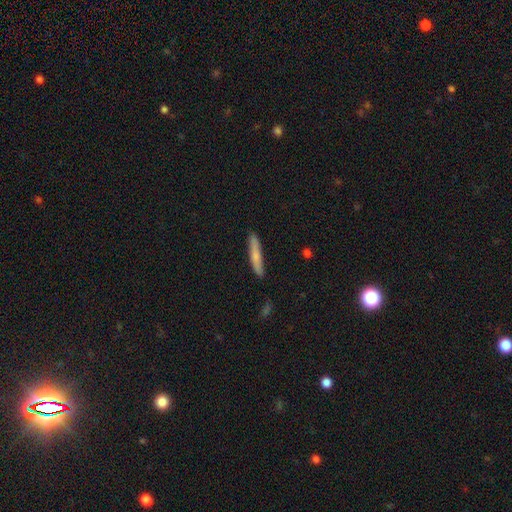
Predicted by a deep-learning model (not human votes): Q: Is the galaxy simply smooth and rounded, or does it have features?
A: smooth — 69%.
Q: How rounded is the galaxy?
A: cigar-shaped — 92%.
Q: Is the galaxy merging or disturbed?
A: none — 88%.